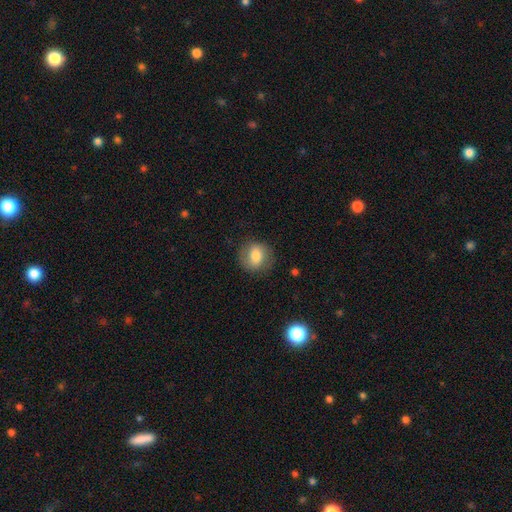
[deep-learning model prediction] A smooth galaxy with no disk features (74%) that is round (73%).

Vote fractions:
- Smooth or featured? smooth: 74% / featured or disk: 18% / star or artifact: 8%
- How rounded? round: 73% / in between: 26% / cigar-shaped: 1%
- Merging? none: 77% / minor disturbance: 16% / major disturbance: 6% / merger: 1%